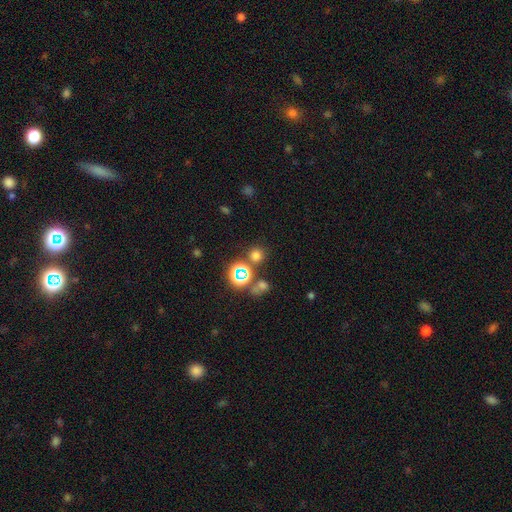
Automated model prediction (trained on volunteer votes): Overall: smooth (66%; star or artifact 27%). How rounded: round (89%). Merging: none (77%).